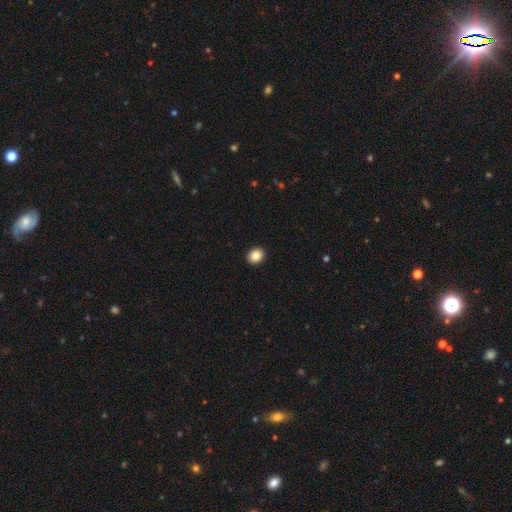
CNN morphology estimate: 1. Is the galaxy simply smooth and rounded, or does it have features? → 86% smooth, 9% star or artifact, 5% featured or disk.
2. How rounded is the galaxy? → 64% round, 35% in between, 1% cigar-shaped.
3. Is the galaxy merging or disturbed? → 93% none, 5% minor disturbance, 1% major disturbance, 1% merger.